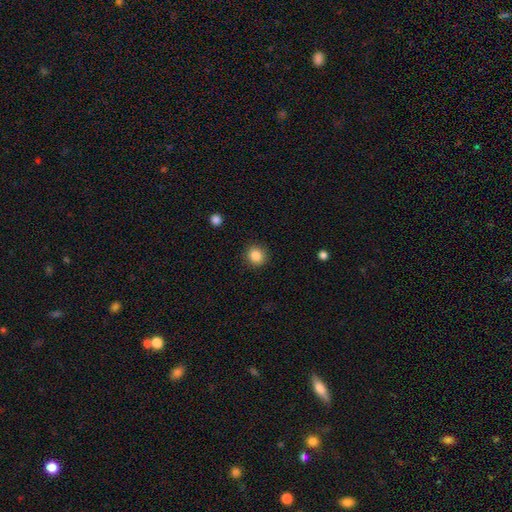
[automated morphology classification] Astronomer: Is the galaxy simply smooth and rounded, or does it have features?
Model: smooth — 87%.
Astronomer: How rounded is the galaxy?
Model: round — 86%.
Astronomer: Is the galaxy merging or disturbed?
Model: none — 90%.